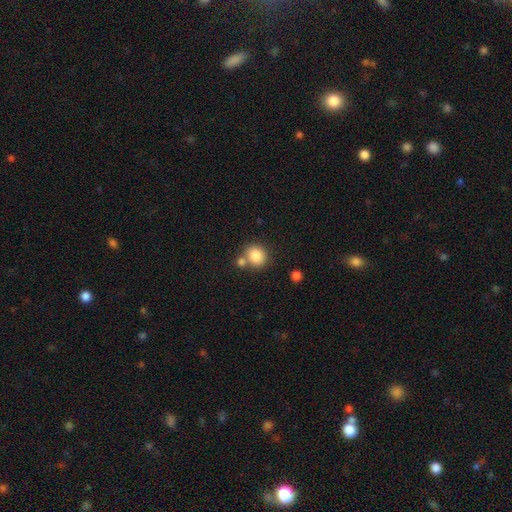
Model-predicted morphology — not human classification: smooth 85%, star or artifact 9%, featured or disk 6%. Down the decision tree: how rounded — round (76%); merging — none (62%).